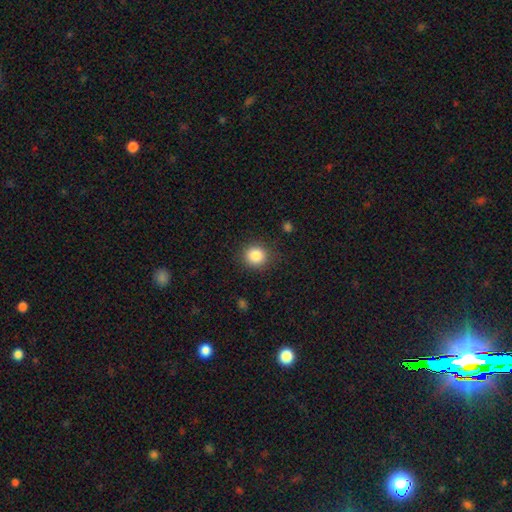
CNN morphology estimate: This is clearly a smooth galaxy (86%). How rounded: clearly round (90%). Merging: clearly none (86%).